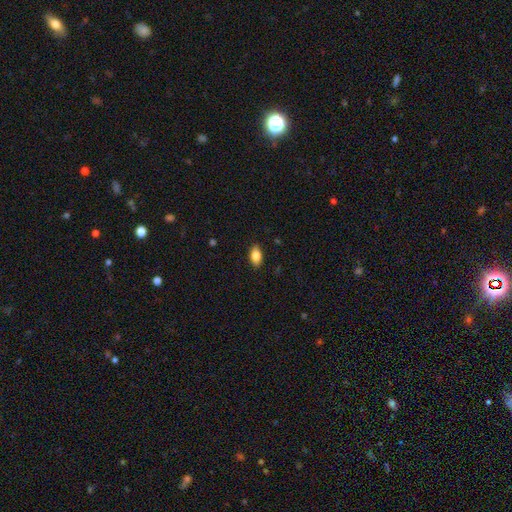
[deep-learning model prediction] smooth 83%, featured or disk 10%, star or artifact 7%. Down the decision tree: how rounded — in between (90%); merging — none (88%).